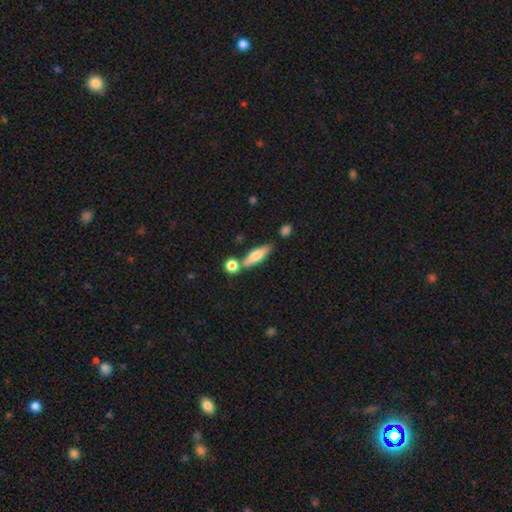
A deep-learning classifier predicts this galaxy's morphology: A smooth galaxy with no disk features (65%) that is cigar-shaped (56%). Merging: none (65%).